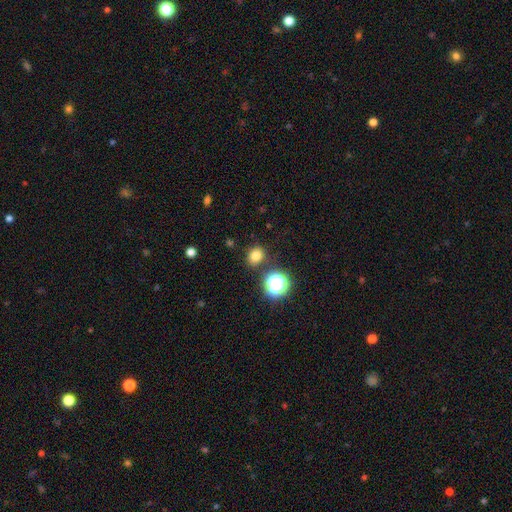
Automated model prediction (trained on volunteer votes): smooth 77%, star or artifact 17%, featured or disk 6%. Down the decision tree: how rounded — round (69%); merging — none (83%).